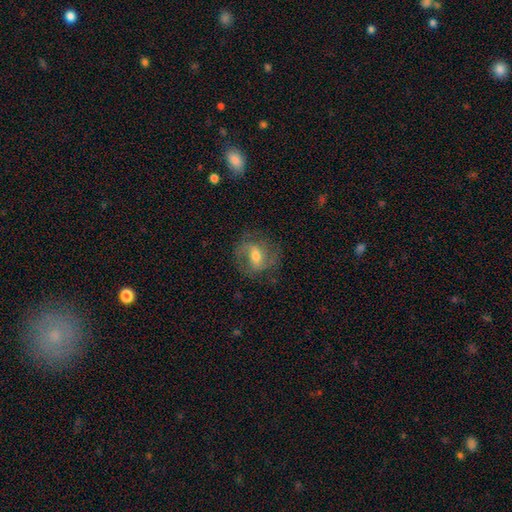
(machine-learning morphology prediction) type=featured or disk (68%); edge-on=no (96%); bar=weak (49%); spiral arms=yes (86%); winding=medium (51%); arm count=2 (79%); bulge=moderate (64%); merging=none (74%).